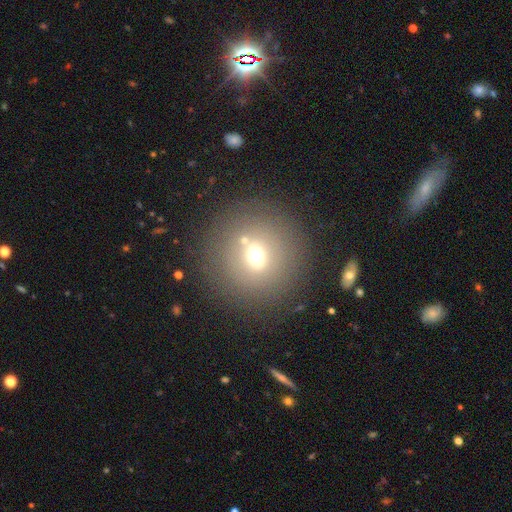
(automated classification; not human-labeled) Smooth or featured? smooth (59%)
How rounded? round (91%)
Merging? none (84%)